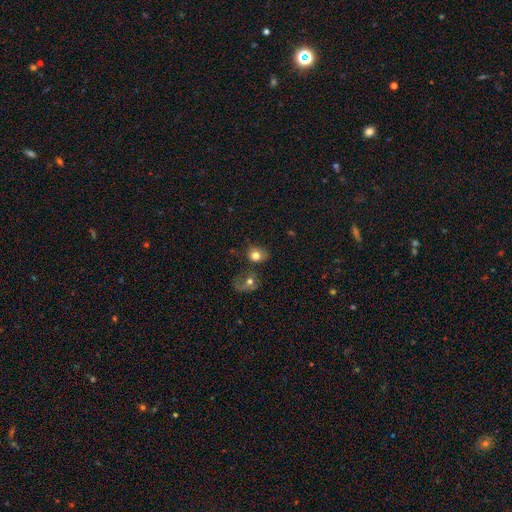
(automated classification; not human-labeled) smooth_or_featured: smooth (p=0.77) [alt: featured or disk p=0.13]
how_rounded: round (p=0.59) [alt: in between p=0.40]
merging: none (p=0.48) [alt: merger p=0.22]